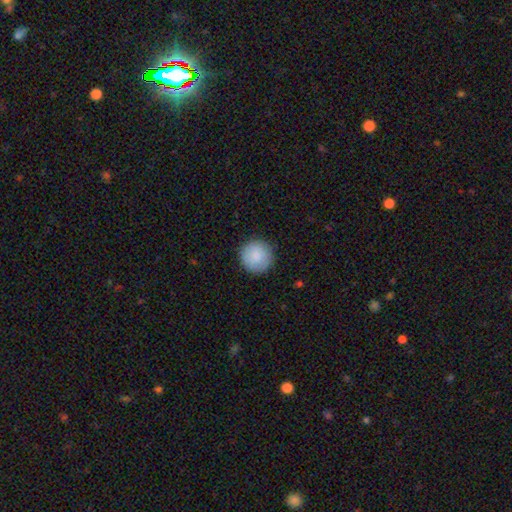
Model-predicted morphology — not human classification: Overall: smooth (87%). How rounded: round (96%). Merging: none (89%).